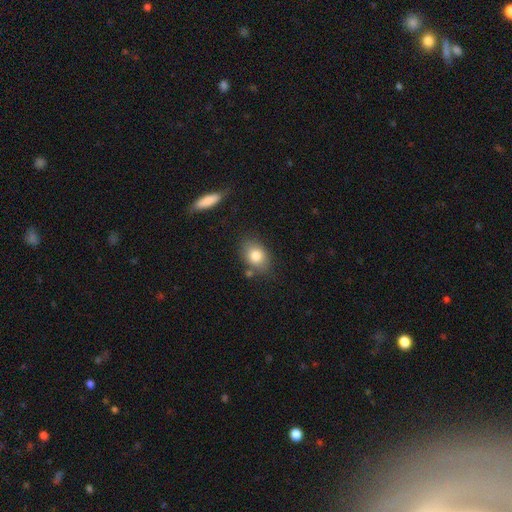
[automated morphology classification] A smooth galaxy with no disk features (81%) that is in between round and cigar-shaped (71%).

Vote fractions:
- Smooth or featured? smooth: 81% / featured or disk: 11% / star or artifact: 9%
- How rounded? in between: 71% / round: 28% / cigar-shaped: 1%
- Merging? none: 74% / minor disturbance: 15% / merger: 7% / major disturbance: 4%